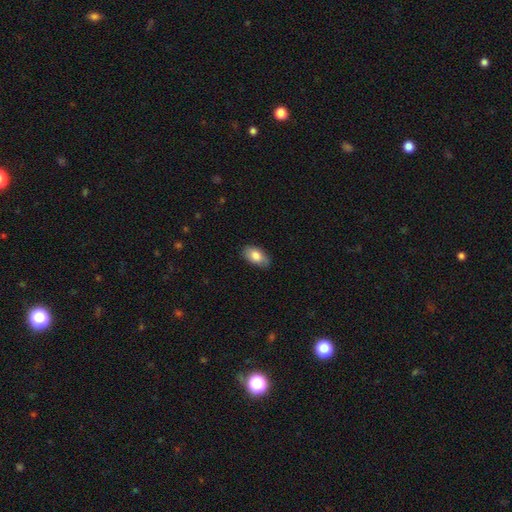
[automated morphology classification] smooth_or_featured: smooth (p=0.82) [alt: featured or disk p=0.11]
how_rounded: in between (p=0.93) [alt: round p=0.05]
merging: none (p=0.82) [alt: minor disturbance p=0.14]